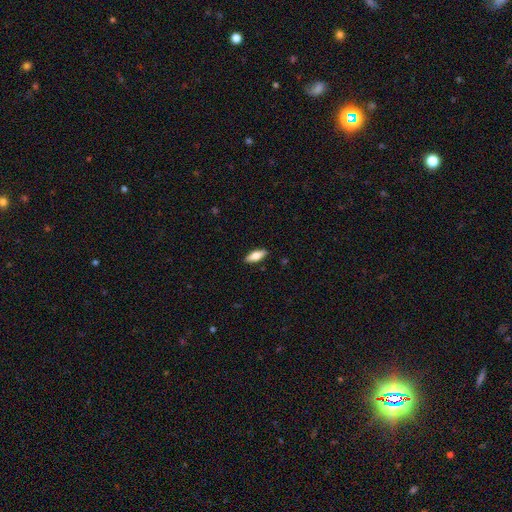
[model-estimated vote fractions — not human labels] smooth 75%, featured or disk 19%, star or artifact 6%. Down the decision tree: how rounded — in between (73%); merging — none (89%).